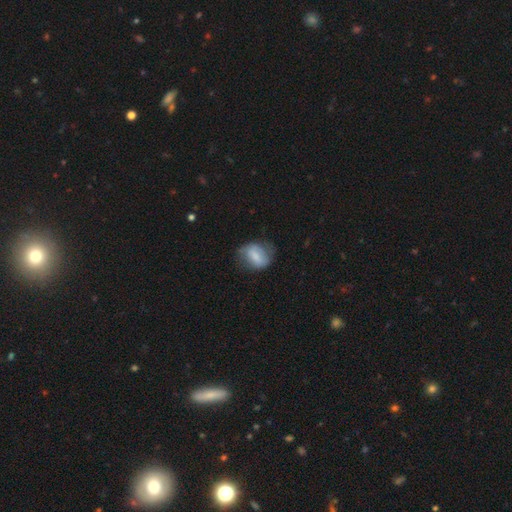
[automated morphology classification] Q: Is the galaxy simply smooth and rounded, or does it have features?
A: smooth — 65%.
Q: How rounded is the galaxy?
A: in between — 65%.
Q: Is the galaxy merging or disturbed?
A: none — 56%.